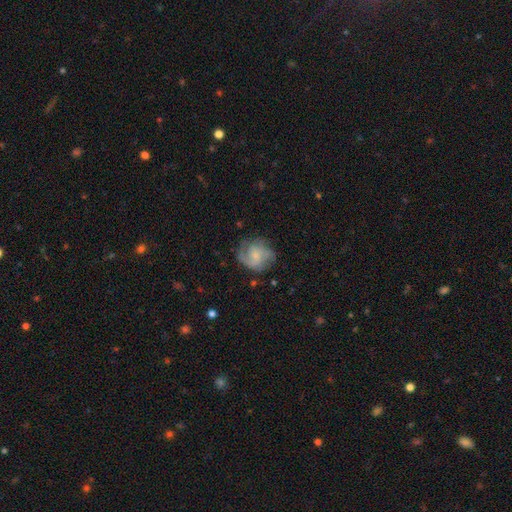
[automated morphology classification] A featured or disk galaxy (74%) with no bar (63%), 2 (45%) medium (47%) spiral arms (93%) and a small central bulge (61%). Merging: none (68%).